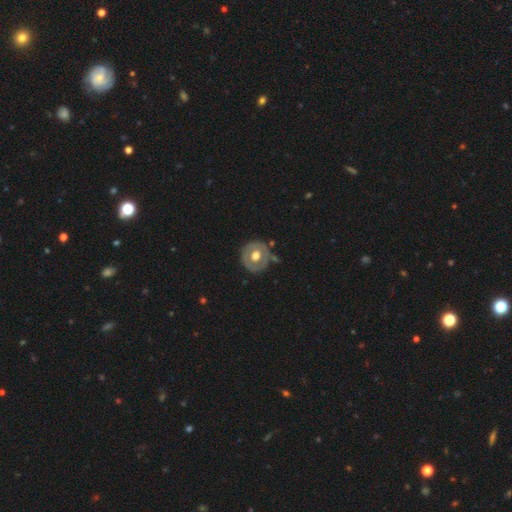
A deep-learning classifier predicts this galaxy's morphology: A featured or disk galaxy (52%).

Vote fractions:
- Smooth or featured? featured or disk: 52% / smooth: 42% / star or artifact: 6%
- Edge-on disk? no: 94% / yes: 6%
- Merging? none: 76% / minor disturbance: 15% / major disturbance: 5% / merger: 4%